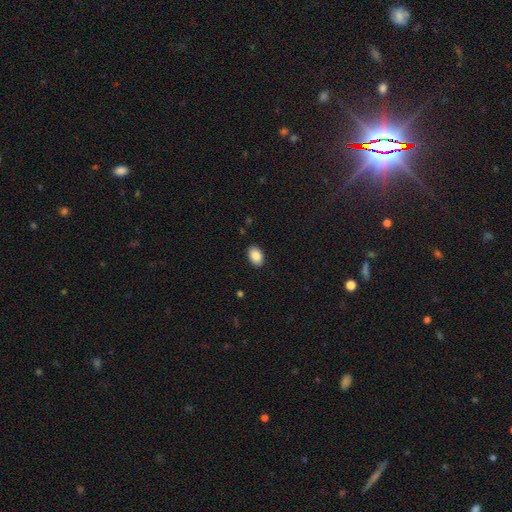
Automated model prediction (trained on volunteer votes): smooth_or_featured: smooth (p=0.88) [alt: star or artifact p=0.07]
how_rounded: in between (p=0.88) [alt: round p=0.10]
merging: none (p=0.89) [alt: minor disturbance p=0.08]